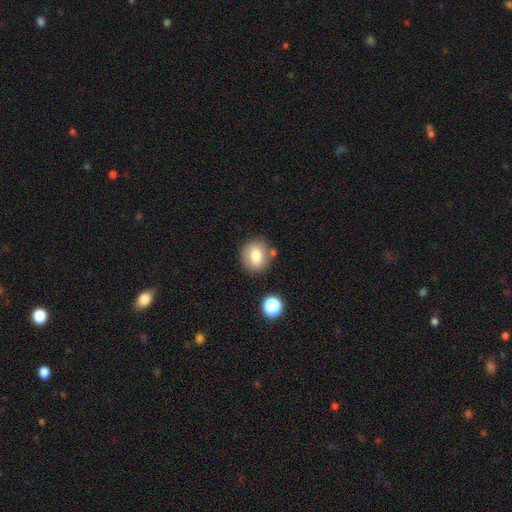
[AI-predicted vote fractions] Smooth or featured?
  - smooth: 77% *
  - featured or disk: 12%
  - star or artifact: 10%
How rounded?
  - round: 74% *
  - in between: 24%
  - cigar-shaped: 1%
Merging?
  - none: 77% *
  - minor disturbance: 12%
  - merger: 7%
  - major disturbance: 4%